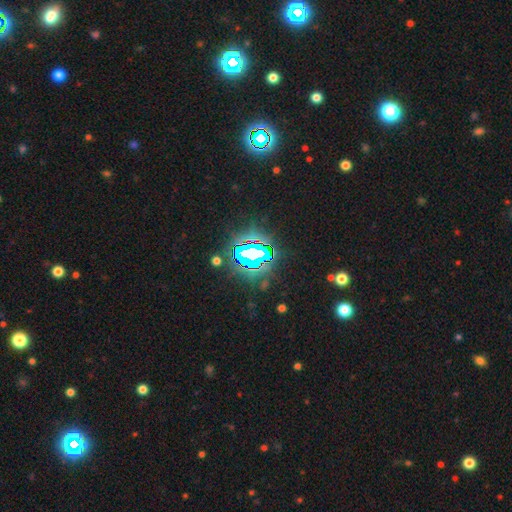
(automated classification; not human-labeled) Smooth or featured? Predicted: star or artifact (p=0.82).